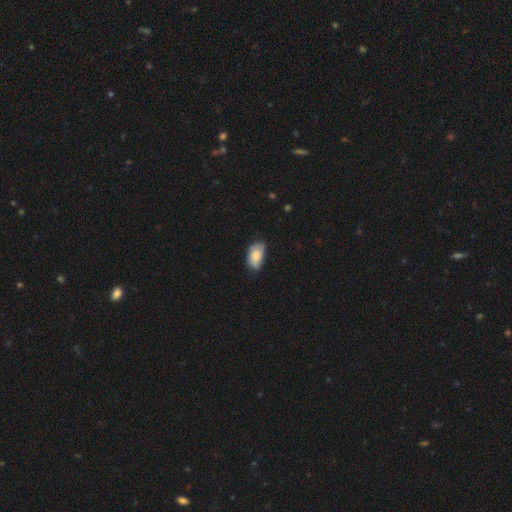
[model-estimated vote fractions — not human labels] Smooth or featured: smooth — 82% (featured or disk — 12%)
How rounded: in between — 94% (round — 4%)
Merging: none — 58% (minor disturbance — 35%)